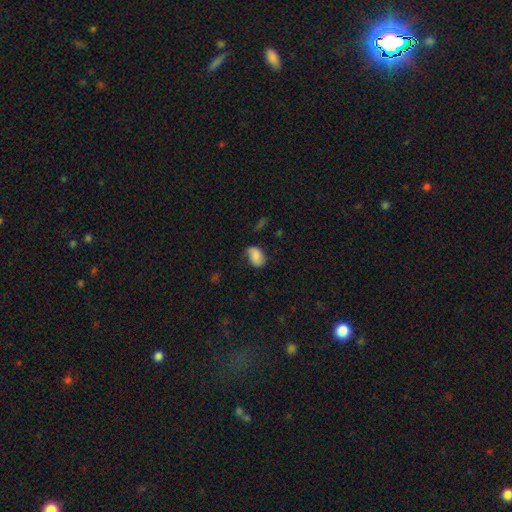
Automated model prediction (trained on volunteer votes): A smooth galaxy with no disk features (73%) that is in between round and cigar-shaped (85%). Merging: none (60%).